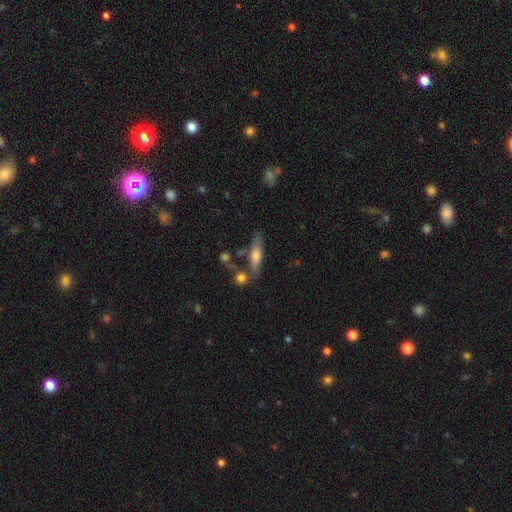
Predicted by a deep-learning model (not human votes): smooth 54%, featured or disk 38%, star or artifact 8%. Down the decision tree: how rounded — cigar-shaped (61%); merging — none (64%).